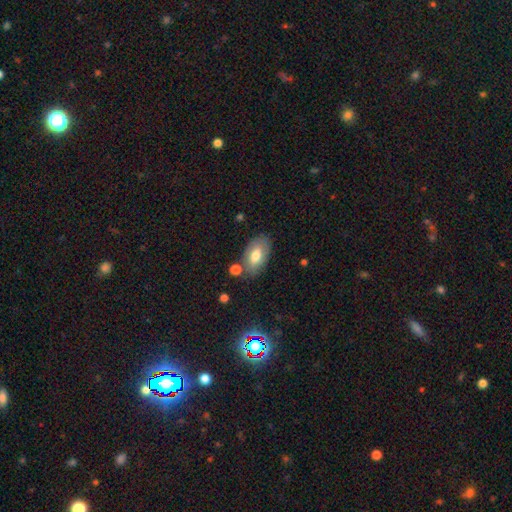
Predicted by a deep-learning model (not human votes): Smooth or featured: smooth — 73% (featured or disk — 20%)
How rounded: in between — 93% (round — 5%)
Merging: none — 74% (minor disturbance — 15%)